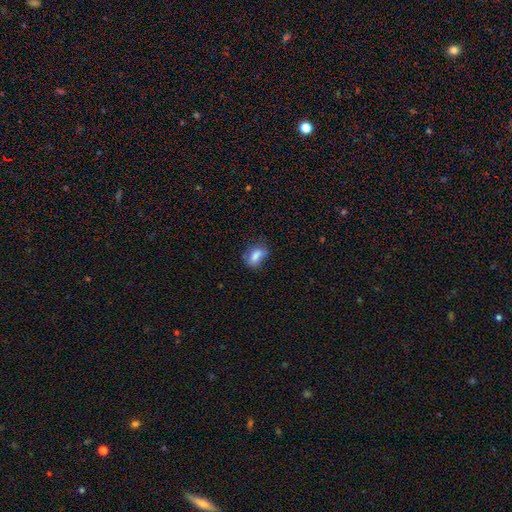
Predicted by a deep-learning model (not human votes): smooth-or-featured: smooth: 79% | featured or disk: 12% | star or artifact: 9%
  how-rounded: in between: 82% | round: 10% | cigar-shaped: 8%
  merging: none: 57% | minor disturbance: 29% | major disturbance: 10% | merger: 4%